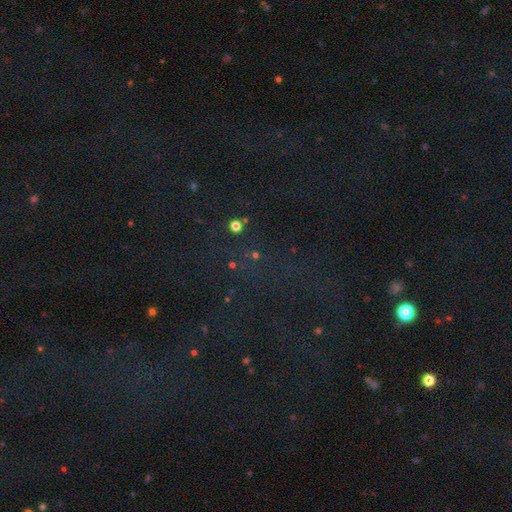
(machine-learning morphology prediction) A star or artifact, not a galaxy (69%).

Vote fractions:
- Smooth or featured? star or artifact: 69% / smooth: 23% / featured or disk: 8%